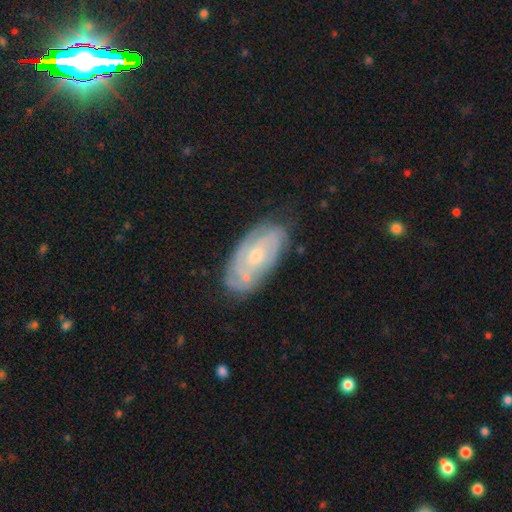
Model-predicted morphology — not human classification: The model was most divided on "spiral arm count": can't tell: 39%, 2: 32%, 3: 15%, 4: 6%, 1: 4%, more than 4: 4%. More confident: edge-on disk — no (94%); spiral arms — yes (90%); smooth or featured — featured or disk (78%); merging — none (75%); spiral winding — tight (66%); bar — no (64%); bulge size — small (56%).